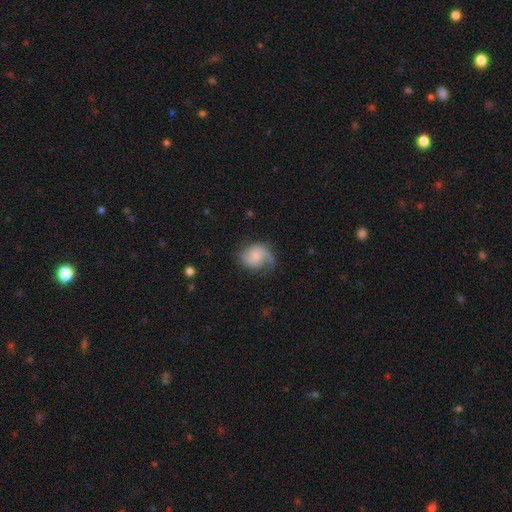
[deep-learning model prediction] Smooth or featured: featured or disk — 56% (smooth — 37%)
Edge-on disk: no — 97% (yes — 3%)
Bar: no — 65% (weak — 30%)
Spiral arms: yes — 90% (no — 10%)
Bulge size: small — 47% (moderate — 24%)
Merging: none — 49% (minor disturbance — 27%)